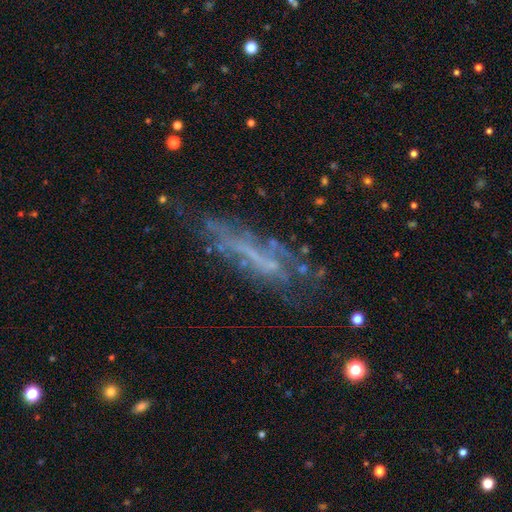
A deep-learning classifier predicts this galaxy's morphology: Smooth or featured? Predicted: featured or disk (p=0.59). Edge-on disk? Predicted: no (p=0.57). Merging? Predicted: none (p=0.54).